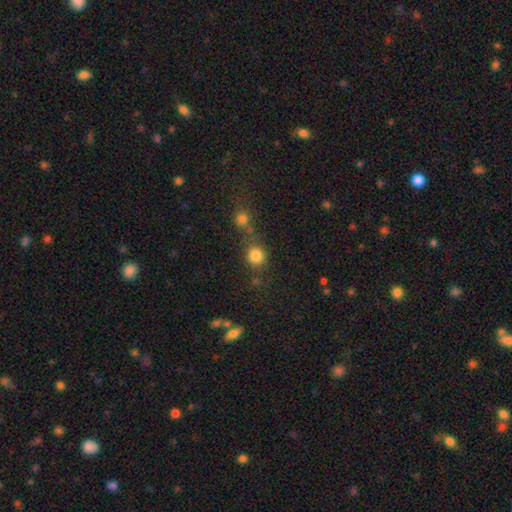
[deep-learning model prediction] A smooth galaxy with no disk features (81%) that is round (85%). Merging: none (58%).